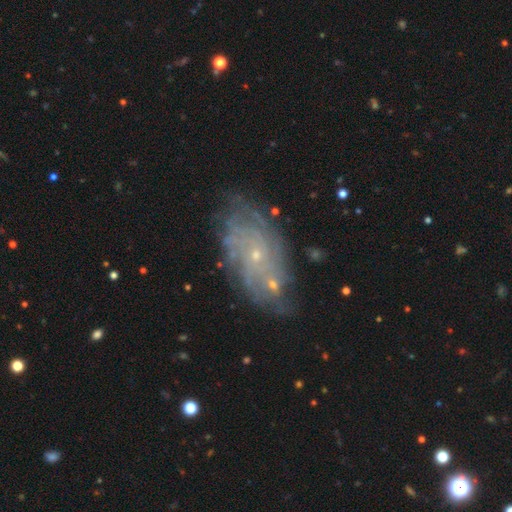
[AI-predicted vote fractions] Q: Smooth or featured?
A: featured or disk (70%); runner-up: smooth (18%)
Q: Edge-on disk?
A: no (94%); runner-up: yes (6%)
Q: Bar?
A: no (83%); runner-up: weak (14%)
Q: Spiral arms?
A: yes (78%); runner-up: no (22%)
Q: Spiral winding?
A: tight (62%); runner-up: medium (27%)
Q: Spiral arm count?
A: can't tell (55%); runner-up: 4 (12%)
Q: Bulge size?
A: small (86%); runner-up: moderate (8%)
Q: Merging?
A: none (72%); runner-up: minor disturbance (17%)